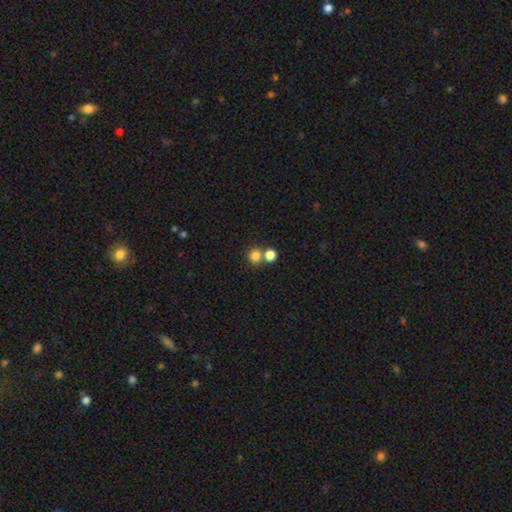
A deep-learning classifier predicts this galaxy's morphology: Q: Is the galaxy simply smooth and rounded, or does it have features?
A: smooth — 82%.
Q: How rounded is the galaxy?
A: round — 84%.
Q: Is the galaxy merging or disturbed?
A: none — 55%.